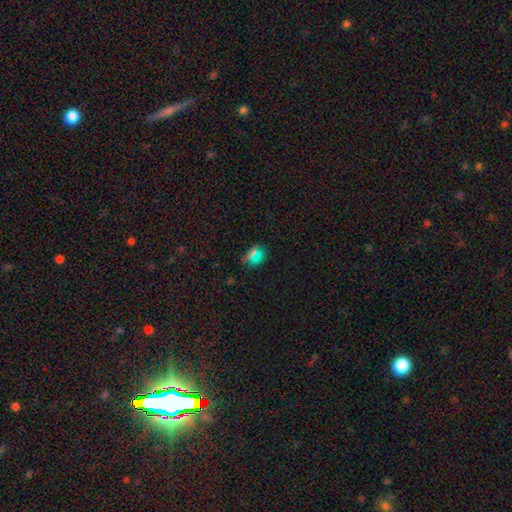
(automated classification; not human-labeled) smooth-or-featured: smooth: 59% | star or artifact: 33% | featured or disk: 8%
  how-rounded: round: 50% | in between: 45% | cigar-shaped: 5%
  merging: none: 81% | minor disturbance: 12% | major disturbance: 4% | merger: 3%